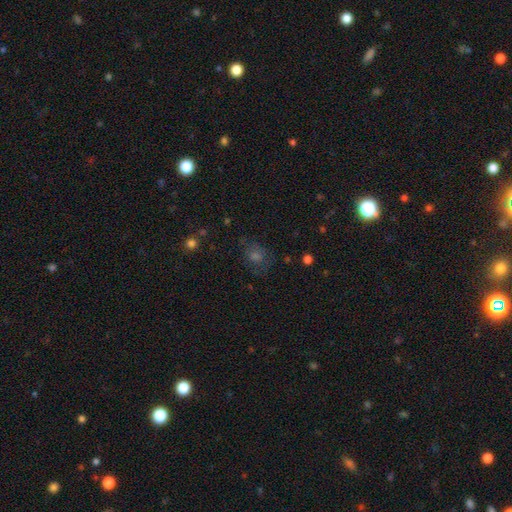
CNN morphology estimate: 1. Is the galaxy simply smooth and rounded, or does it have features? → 45% smooth, 36% star or artifact, 19% featured or disk.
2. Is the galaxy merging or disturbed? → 71% none, 17% minor disturbance, 10% major disturbance, 2% merger.